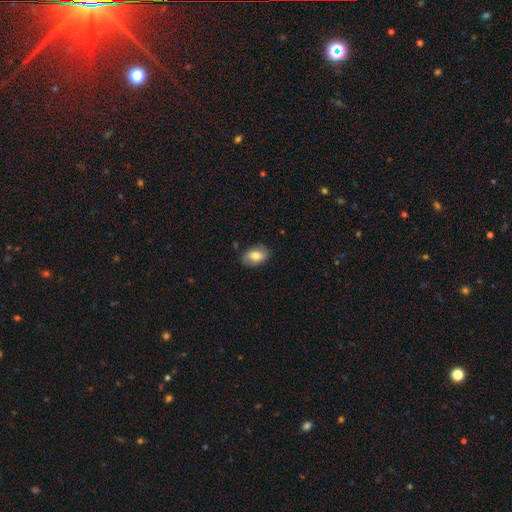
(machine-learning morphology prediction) smooth 77%, featured or disk 16%, star or artifact 7%. Down the decision tree: how rounded — in between (87%); merging — none (78%).